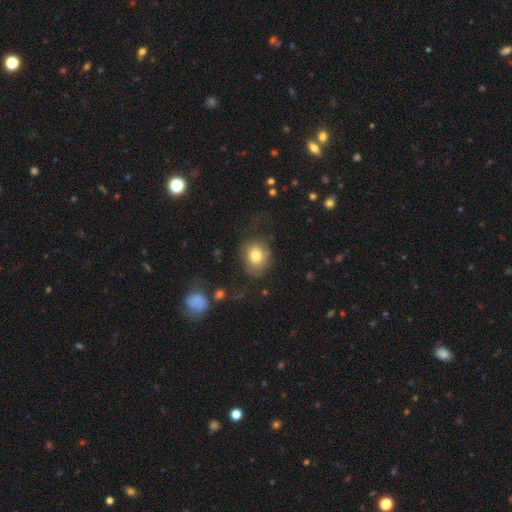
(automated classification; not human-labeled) smooth-or-featured: smooth: 77% | featured or disk: 14% | star or artifact: 9%
  how-rounded: round: 56% | in between: 43% | cigar-shaped: 1%
  merging: none: 58% | minor disturbance: 21% | major disturbance: 18% | merger: 3%